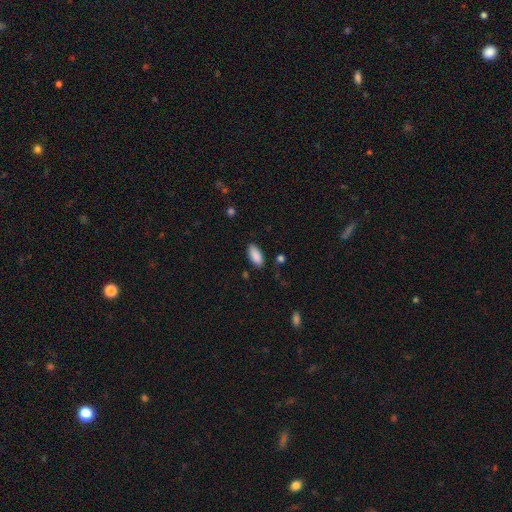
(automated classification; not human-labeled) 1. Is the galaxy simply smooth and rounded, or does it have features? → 89% smooth, 7% star or artifact, 4% featured or disk.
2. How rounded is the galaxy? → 88% in between, 10% cigar-shaped, 2% round.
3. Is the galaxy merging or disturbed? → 85% none, 11% minor disturbance, 3% major disturbance, 2% merger.